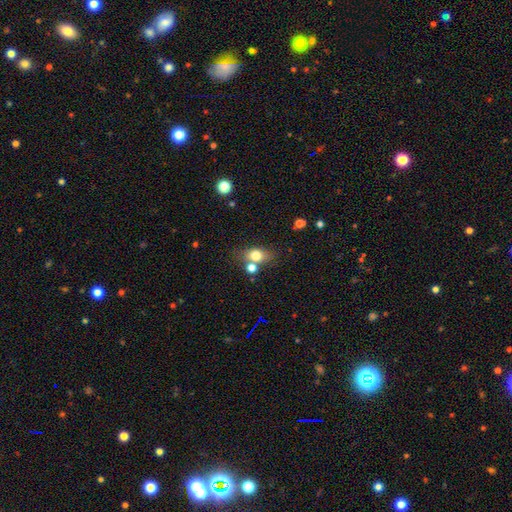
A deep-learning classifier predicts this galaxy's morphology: Q: Smooth or featured?
A: smooth (75%); runner-up: featured or disk (13%)
Q: How rounded?
A: in between (68%); runner-up: round (28%)
Q: Merging?
A: none (59%); runner-up: merger (20%)